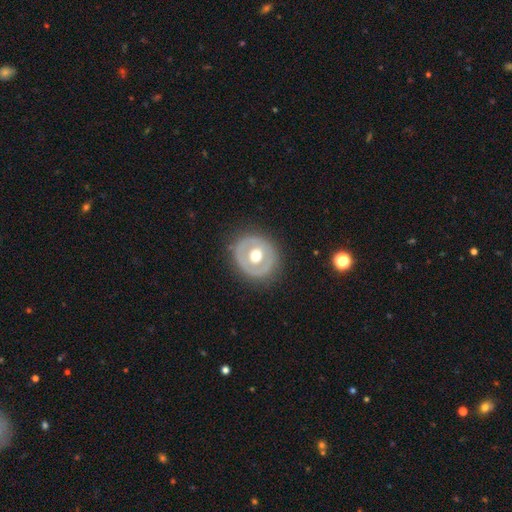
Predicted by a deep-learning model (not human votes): smooth_or_featured: featured or disk (p=0.53) [alt: smooth p=0.42]
disk_edge_on: no (p=0.94) [alt: yes p=0.06]
merging: none (p=0.83) [alt: minor disturbance p=0.11]